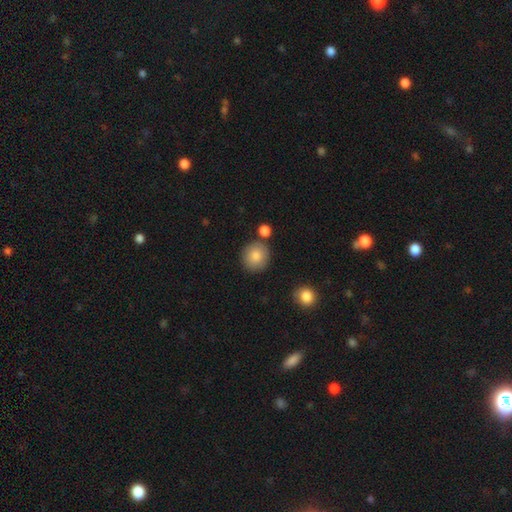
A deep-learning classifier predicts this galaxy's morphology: The model was most divided on "merging": none: 81%, minor disturbance: 9%, merger: 8%, major disturbance: 3%. More confident: how rounded — round (91%); smooth or featured — smooth (85%).